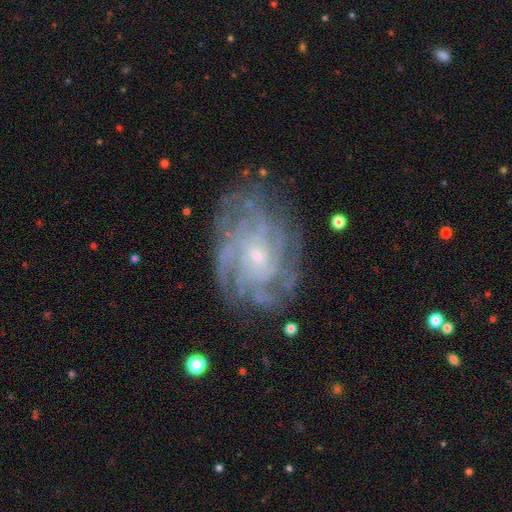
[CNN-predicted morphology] Overall: featured or disk (87%). Edge-on disk: no (97%). Bar: no (73%). Spiral arms: yes (96%). Spiral arm count: can't tell (29%; 4 22%). Spiral winding: tight (69%). Bulge size: small (78%). Merging: none (75%).